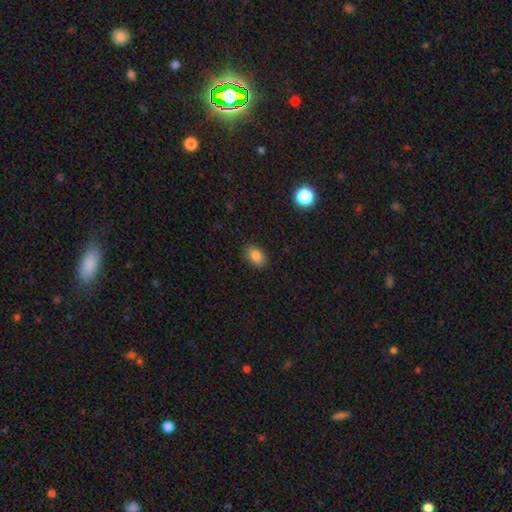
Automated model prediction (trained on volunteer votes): This is clearly a smooth galaxy (84%). How rounded: clearly in between (87%). Merging: clearly none (87%).